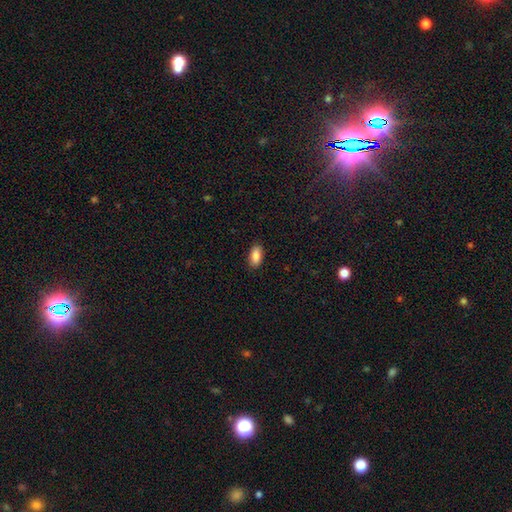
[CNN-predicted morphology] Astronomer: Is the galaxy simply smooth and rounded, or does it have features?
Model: smooth — 88%.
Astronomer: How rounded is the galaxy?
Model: in between — 91%.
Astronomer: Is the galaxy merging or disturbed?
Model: none — 88%.